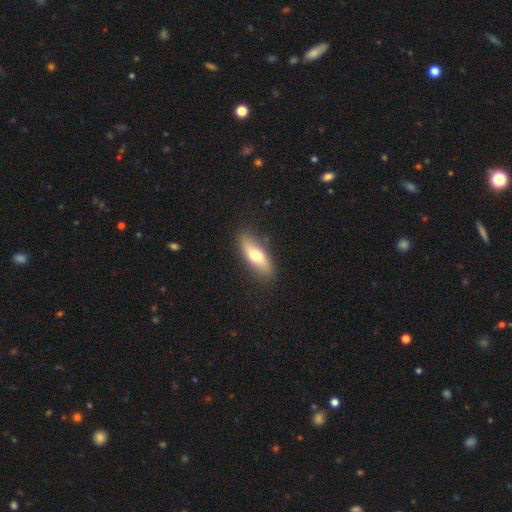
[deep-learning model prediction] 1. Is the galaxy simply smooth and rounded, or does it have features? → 65% smooth, 29% featured or disk, 6% star or artifact.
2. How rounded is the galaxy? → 62% in between, 35% cigar-shaped, 3% round.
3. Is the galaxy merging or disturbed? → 83% none, 13% minor disturbance, 3% major disturbance, 1% merger.